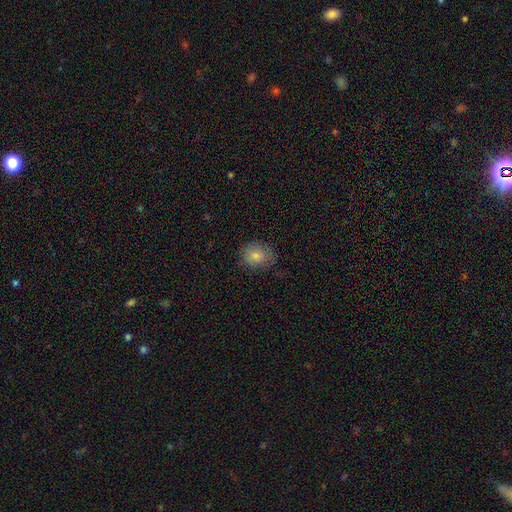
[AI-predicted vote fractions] Q: Smooth or featured?
A: smooth (75%); runner-up: featured or disk (14%)
Q: How rounded?
A: round (64%); runner-up: in between (35%)
Q: Merging?
A: none (76%); runner-up: minor disturbance (19%)